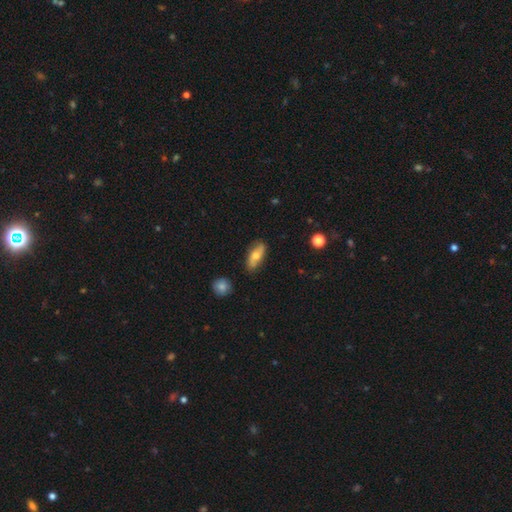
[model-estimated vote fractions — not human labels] smooth-or-featured: smooth: 56% | featured or disk: 37% | star or artifact: 7%
  how-rounded: in between: 73% | cigar-shaped: 22% | round: 4%
  merging: none: 81% | minor disturbance: 15% | major disturbance: 3% | merger: 2%